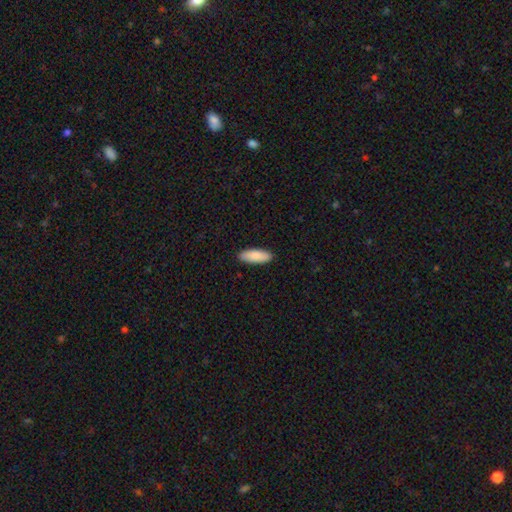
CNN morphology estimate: The model was most divided on "how rounded": in between: 64%, cigar-shaped: 34%, round: 2%. More confident: merging — none (90%); smooth or featured — smooth (87%).